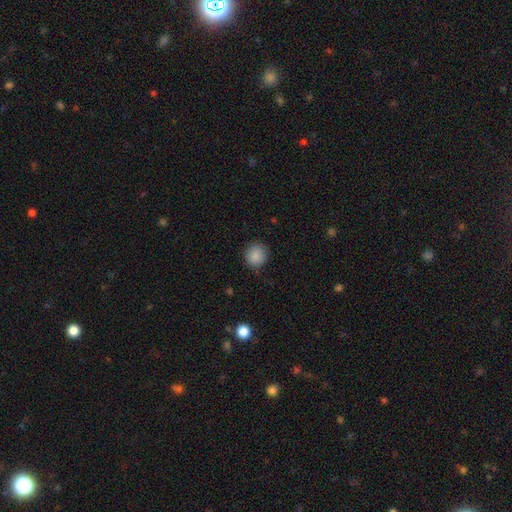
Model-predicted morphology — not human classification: Smooth or featured: smooth — 88% (star or artifact — 9%)
How rounded: round — 91% (in between — 8%)
Merging: none — 88% (minor disturbance — 8%)